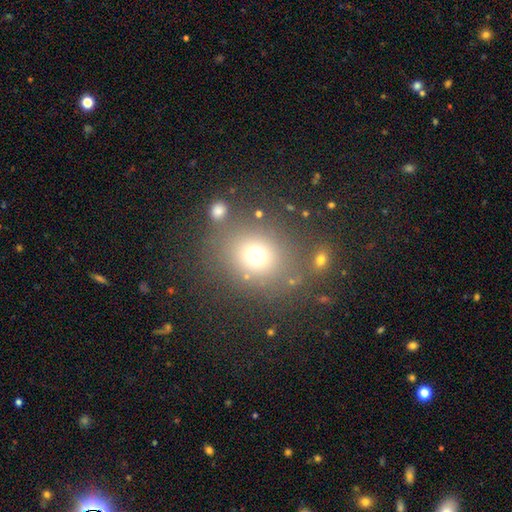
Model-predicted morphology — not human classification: Smooth or featured? smooth (70%)
How rounded? round (73%)
Merging? none (74%)